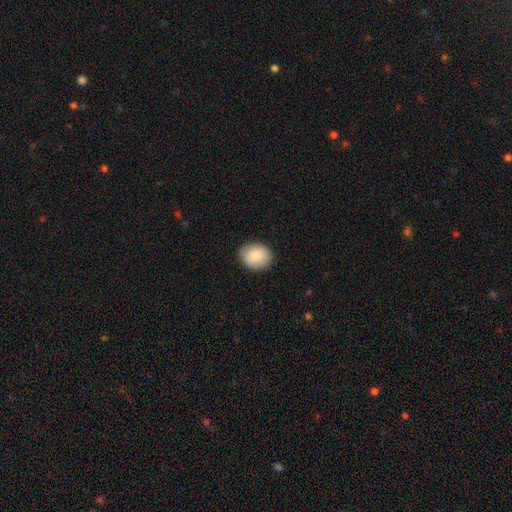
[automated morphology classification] Overall: smooth (86%). How rounded: round (50%, tied with in between). Merging: none (89%).